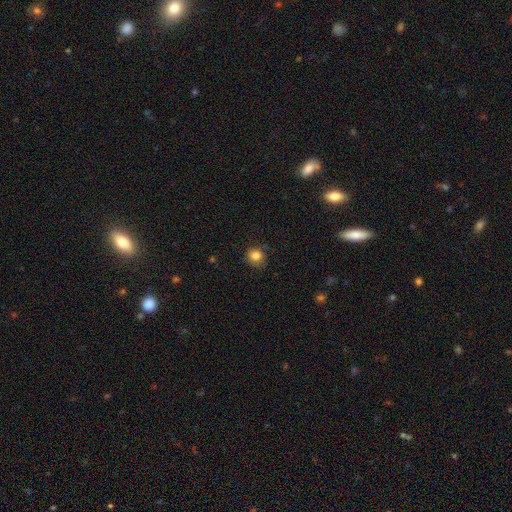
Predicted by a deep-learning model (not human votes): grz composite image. It shows a smooth galaxy with no disk features (83%) that is round (88%). Merging: none (83%).